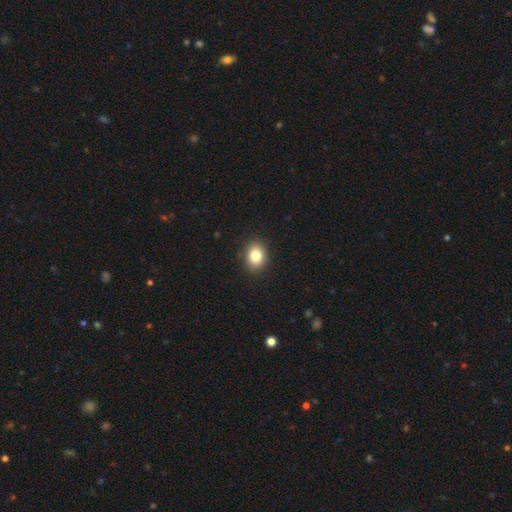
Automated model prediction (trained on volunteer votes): Smooth or featured? Predicted: smooth (p=0.83). How rounded? Predicted: in between (p=0.61). Merging? Predicted: none (p=0.89).